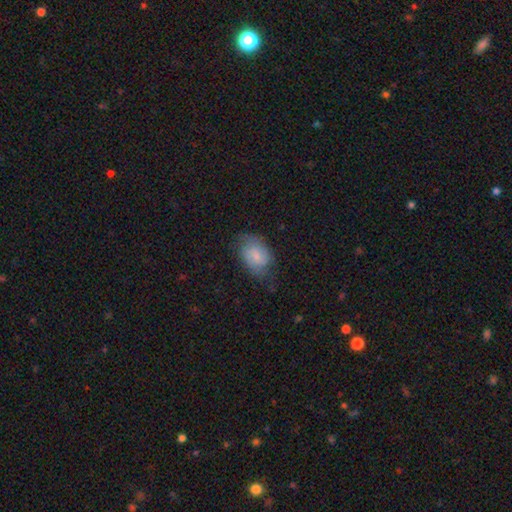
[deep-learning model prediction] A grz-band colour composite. It shows a smooth galaxy with no disk features (61%) that is in between round and cigar-shaped (81%). Merging: none (57%).